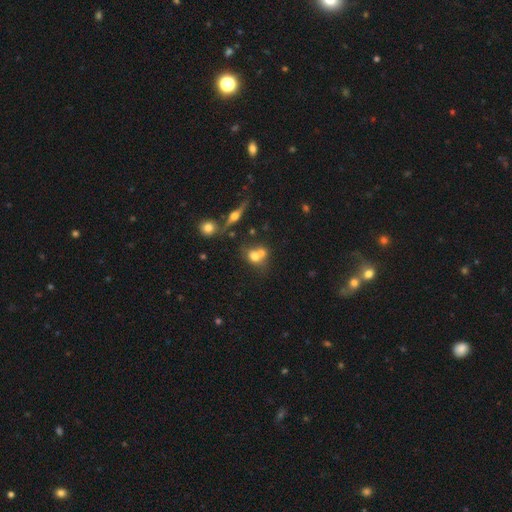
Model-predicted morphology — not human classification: Smooth or featured? smooth (63%)
How rounded? round (62%)
Merging? merger (54%)